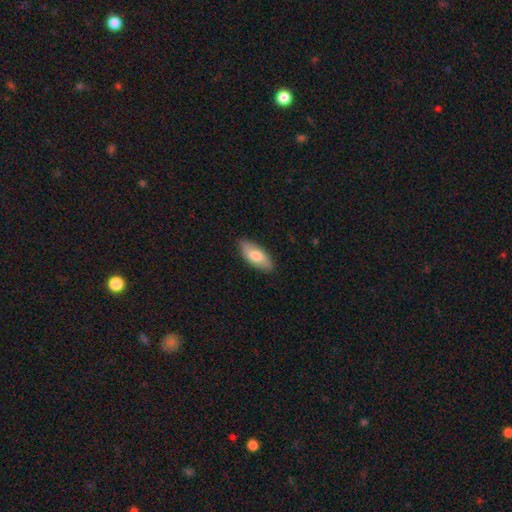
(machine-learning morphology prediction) This appears to be a smooth galaxy with no disk features (72%) that is in between round and cigar-shaped (86%). Merging: none (84%).